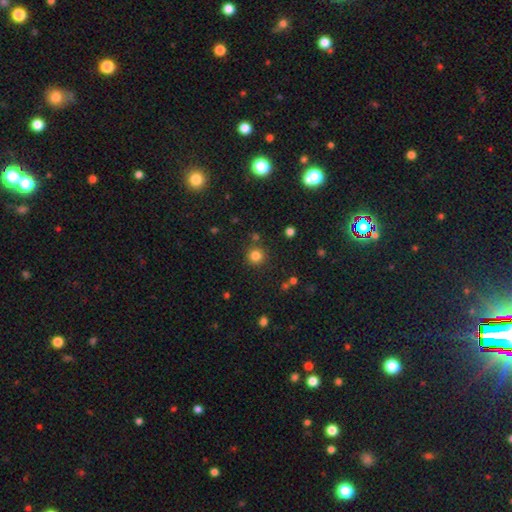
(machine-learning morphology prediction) Smooth or featured? Predicted: smooth (p=0.81). How rounded? Predicted: round (p=0.94). Merging? Predicted: none (p=0.85).